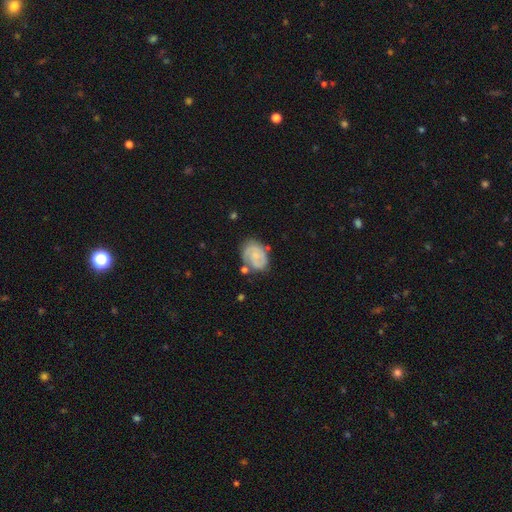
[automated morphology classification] A featured or disk galaxy (66%) with no bar (66%), 2 (59%) tight (48%) spiral arms (90%) and a small central bulge (52%).

Vote fractions:
- Smooth or featured? featured or disk: 66% / smooth: 27% / star or artifact: 7%
- Edge-on disk? no: 98% / yes: 2%
- Bar? no: 66% / weak: 29% / strong: 5%
- Spiral arms? yes: 90% / no: 10%
- Spiral winding? tight: 48% / medium: 39% / loose: 13%
- Spiral arm count? 2: 59% / can't tell: 18% / 3: 13% / 1: 6% / 4: 2% / more than 4: 2%
- Bulge size? small: 52% / none: 28% / moderate: 17% / large: 2% / dominant: 1%
- Merging? none: 63% / minor disturbance: 21% / major disturbance: 9% / merger: 7%